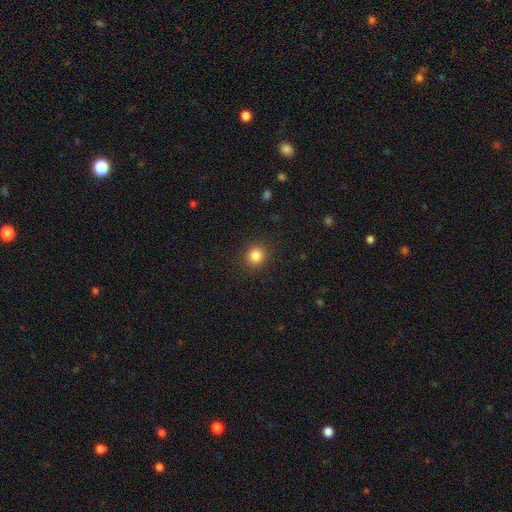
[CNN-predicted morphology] Smooth or featured? smooth (84%)
How rounded? round (89%)
Merging? none (91%)